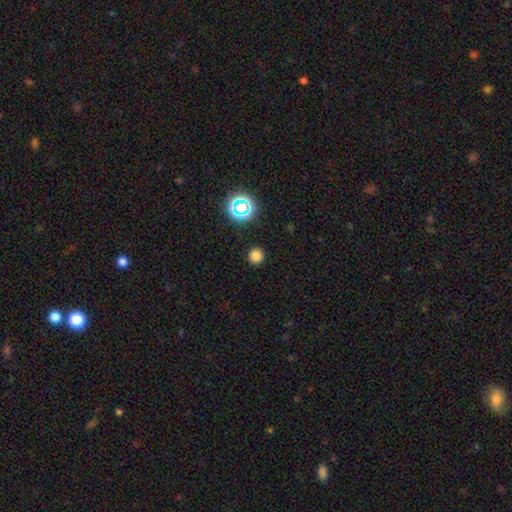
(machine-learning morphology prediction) Smooth or featured: smooth — 78% (star or artifact — 18%)
How rounded: round — 94% (in between — 5%)
Merging: none — 92% (minor disturbance — 5%)